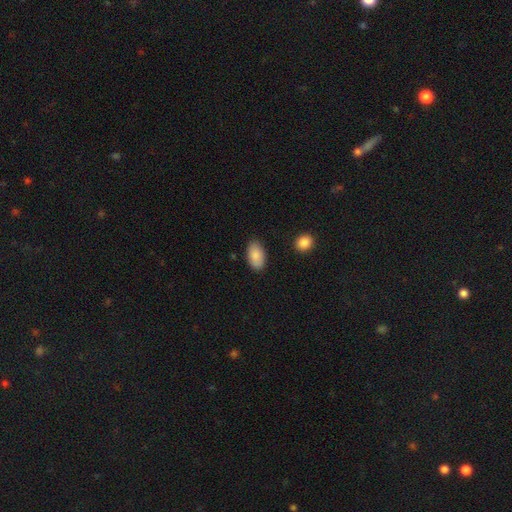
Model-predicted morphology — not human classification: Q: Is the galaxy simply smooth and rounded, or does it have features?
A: smooth — 87%.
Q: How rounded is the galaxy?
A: in between — 94%.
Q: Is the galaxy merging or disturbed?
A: none — 83%.